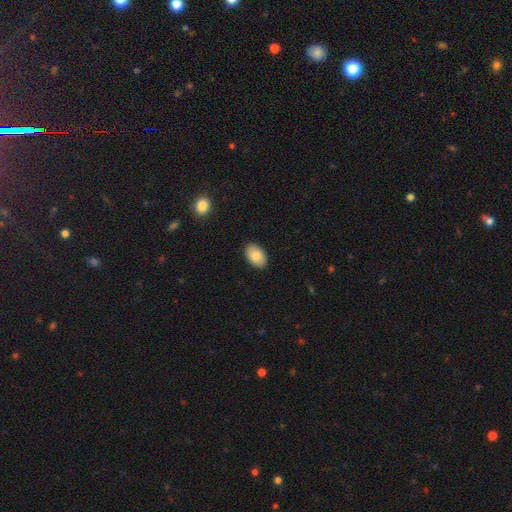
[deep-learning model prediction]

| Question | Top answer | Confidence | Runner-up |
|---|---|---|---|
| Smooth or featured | smooth | 81% | featured or disk (12%) |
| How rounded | in between | 91% | round (8%) |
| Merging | none | 89% | minor disturbance (8%) |